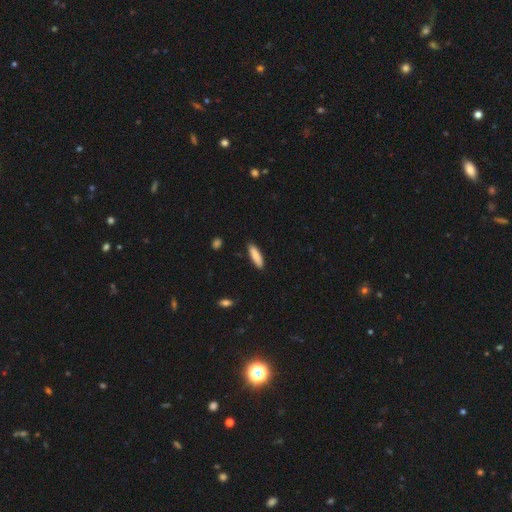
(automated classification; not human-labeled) Overall: smooth (87%). How rounded: cigar-shaped (72%). Merging: none (88%).